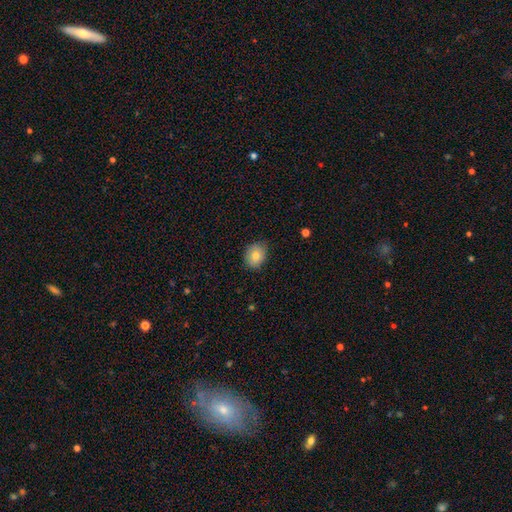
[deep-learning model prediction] A smooth galaxy with no disk features (79%) that is in between round and cigar-shaped (55%). Merging: none (81%).